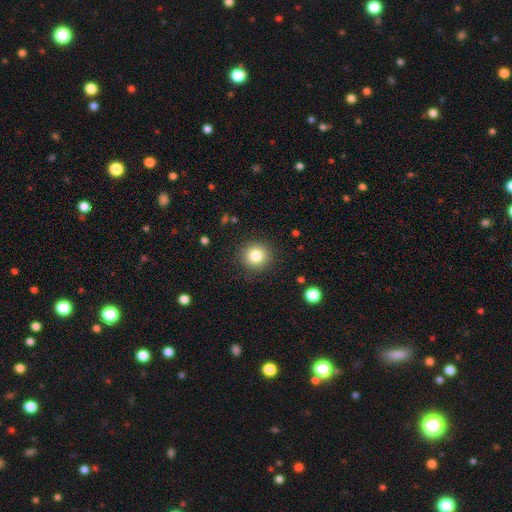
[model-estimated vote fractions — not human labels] Smooth or featured? Predicted: smooth (p=0.81). How rounded? Predicted: round (p=0.92). Merging? Predicted: none (p=0.89).